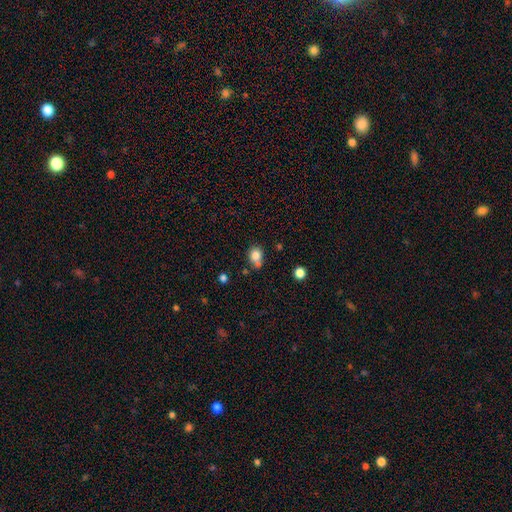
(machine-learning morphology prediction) A smooth galaxy with no disk features (81%) that is round (69%). Merging: none (56%).